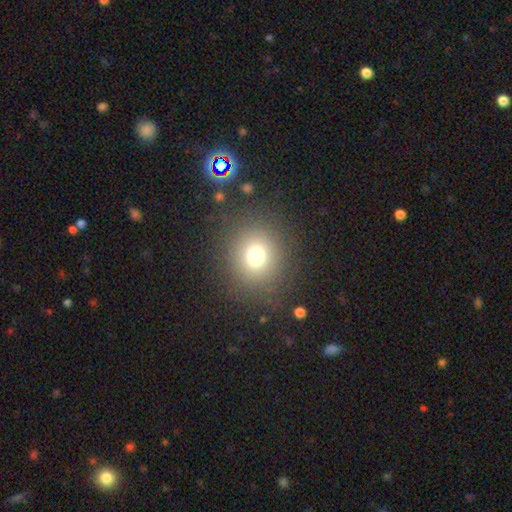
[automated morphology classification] This appears to be a smooth galaxy with no disk features (71%) that is round (87%). Merging: none (86%).